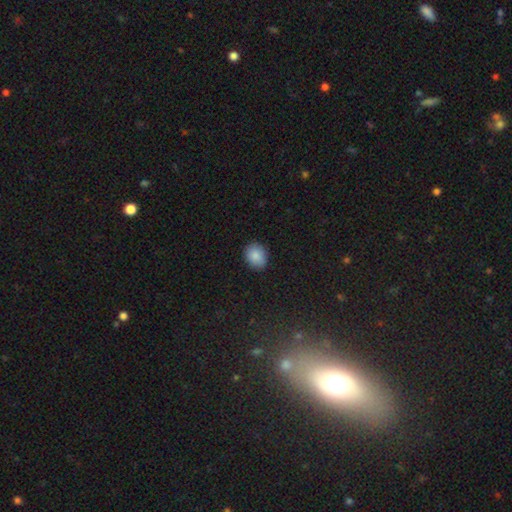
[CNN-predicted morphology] Overall: smooth (87%). How rounded: round (52%; in between 47%). Merging: none (88%).